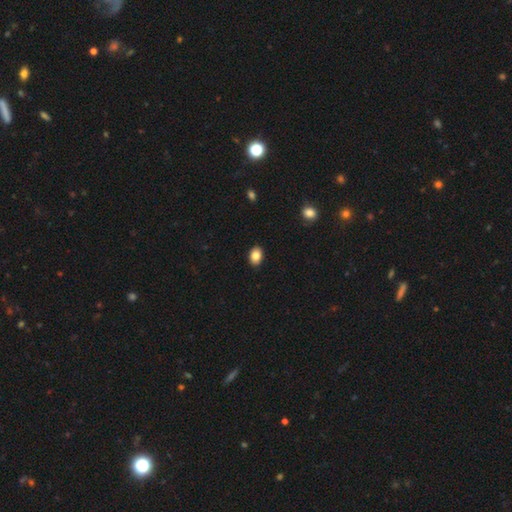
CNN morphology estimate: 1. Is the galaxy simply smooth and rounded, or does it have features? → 85% smooth, 8% star or artifact, 6% featured or disk.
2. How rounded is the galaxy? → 79% in between, 20% round, 1% cigar-shaped.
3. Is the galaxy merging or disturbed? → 89% none, 8% minor disturbance, 2% major disturbance, 1% merger.